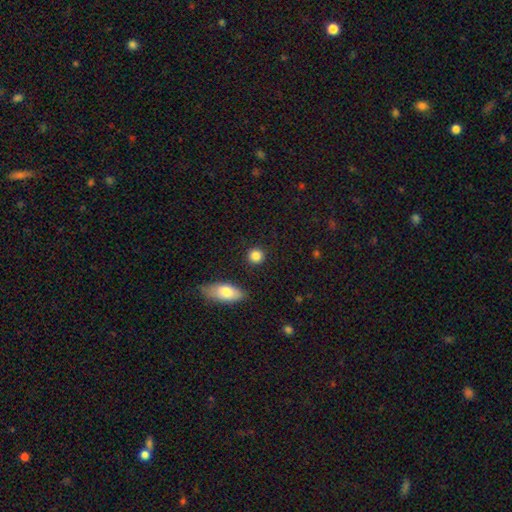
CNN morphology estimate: Q: Smooth or featured?
A: smooth (86%); runner-up: star or artifact (8%)
Q: How rounded?
A: round (88%); runner-up: in between (10%)
Q: Merging?
A: none (88%); runner-up: minor disturbance (7%)